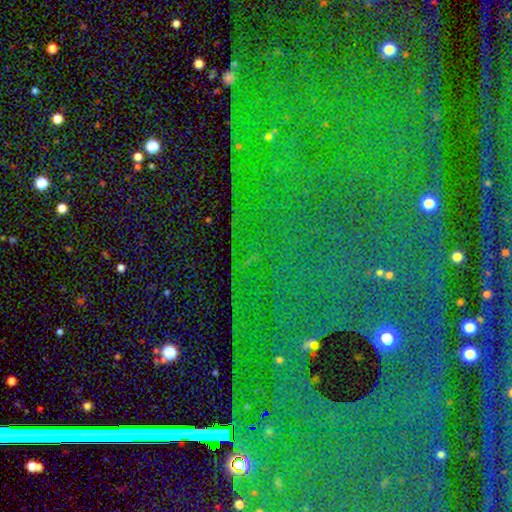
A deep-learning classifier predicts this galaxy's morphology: Overall: star or artifact (84%).